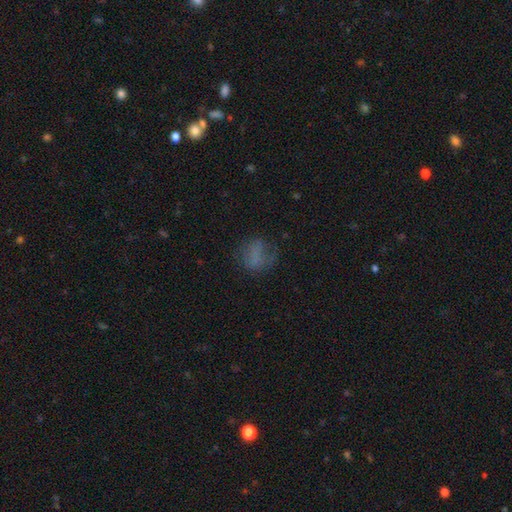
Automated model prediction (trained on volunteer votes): A smooth galaxy with no disk features (64%) that is round (55%).

Vote fractions:
- Smooth or featured? smooth: 64% / featured or disk: 19% / star or artifact: 17%
- How rounded? round: 55% / in between: 42% / cigar-shaped: 2%
- Merging? none: 52% / major disturbance: 23% / minor disturbance: 22% / merger: 2%